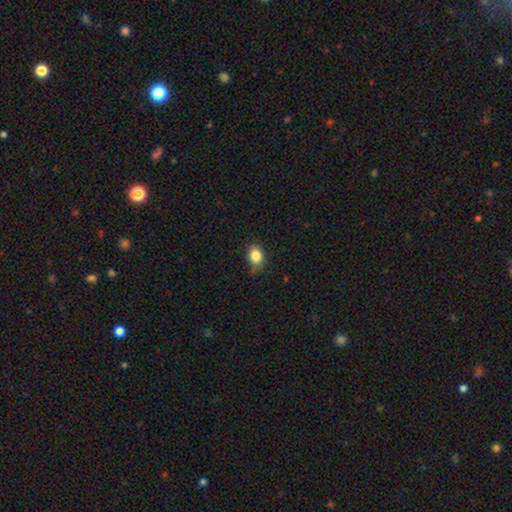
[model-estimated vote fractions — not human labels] A smooth galaxy with no disk features (85%) that is in between round and cigar-shaped (58%).

Vote fractions:
- Smooth or featured? smooth: 85% / star or artifact: 10% / featured or disk: 5%
- How rounded? in between: 58% / round: 40% / cigar-shaped: 1%
- Merging? none: 72% / minor disturbance: 23% / major disturbance: 4% / merger: 1%